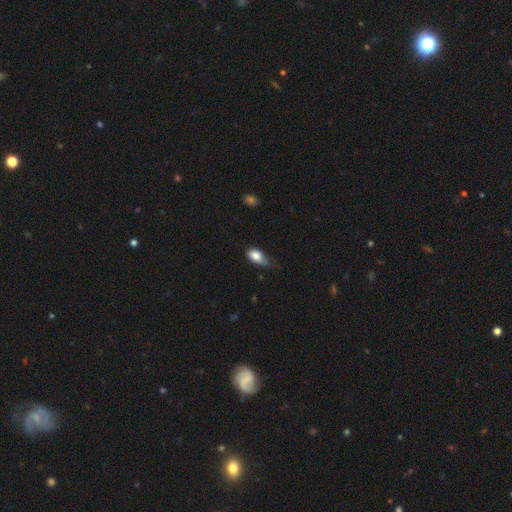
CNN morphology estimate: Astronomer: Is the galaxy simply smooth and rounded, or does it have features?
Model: smooth — 82%.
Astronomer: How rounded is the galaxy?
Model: in between — 88%.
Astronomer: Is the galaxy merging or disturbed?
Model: minor disturbance — 47% (runner-up: none, 35%).